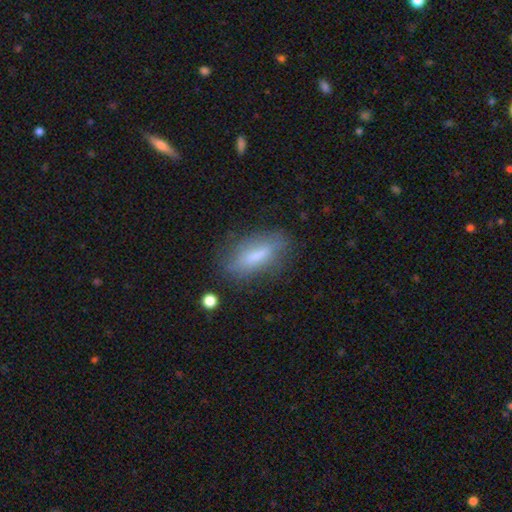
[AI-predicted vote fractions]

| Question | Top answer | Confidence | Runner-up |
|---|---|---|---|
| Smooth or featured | smooth | 66% | featured or disk (26%) |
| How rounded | in between | 61% | cigar-shaped (36%) |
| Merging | none | 70% | minor disturbance (20%) |